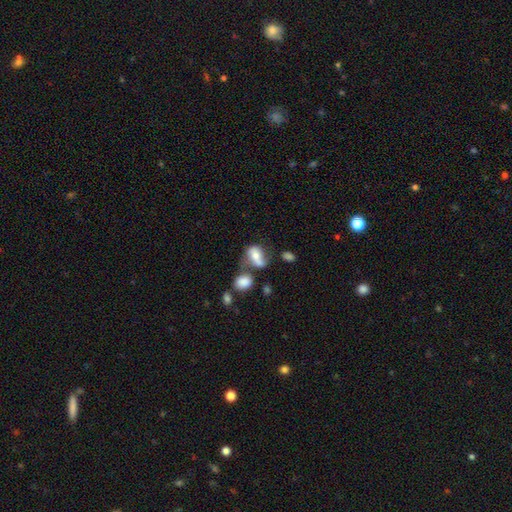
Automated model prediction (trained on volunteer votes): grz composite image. It shows a smooth galaxy with no disk features (47%). Merging: none (35%).